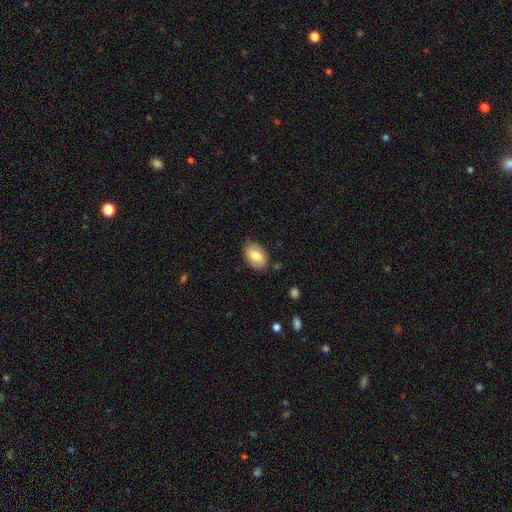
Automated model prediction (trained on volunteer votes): smooth 79%, featured or disk 15%, star or artifact 7%. Down the decision tree: how rounded — in between (88%); merging — none (79%).